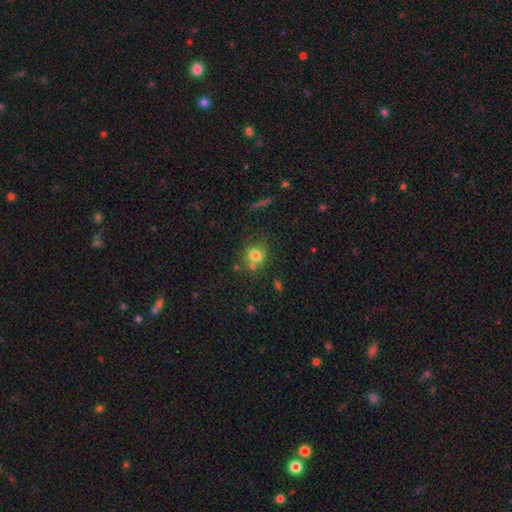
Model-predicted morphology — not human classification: The model was most divided on "merging": none: 60%, merger: 19%, minor disturbance: 15%, major disturbance: 6%. More confident: how rounded — round (79%); smooth or featured — smooth (77%).